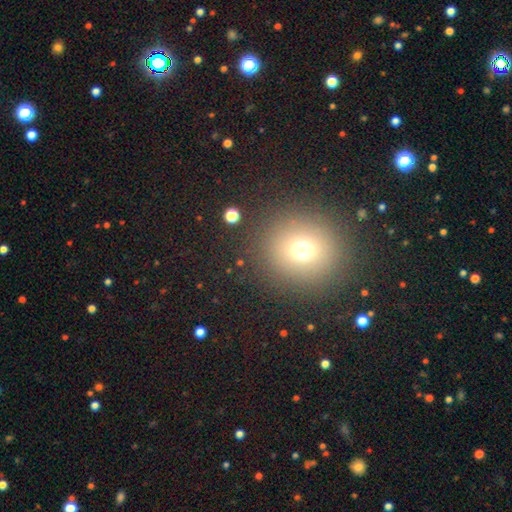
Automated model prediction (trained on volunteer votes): smooth-or-featured: smooth: 59% | star or artifact: 32% | featured or disk: 9%
  how-rounded: round: 82% | in between: 16% | cigar-shaped: 1%
  merging: none: 90% | minor disturbance: 5% | major disturbance: 3% | merger: 2%